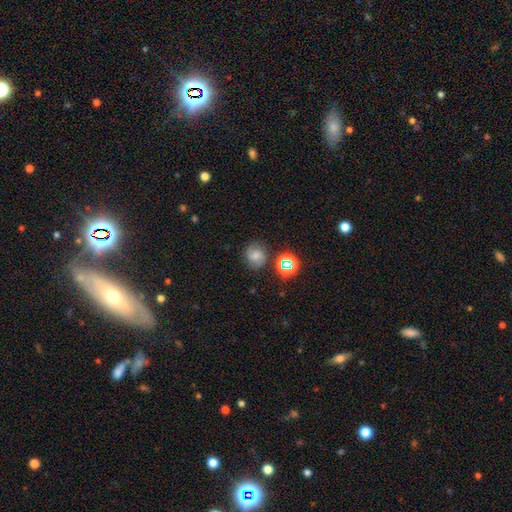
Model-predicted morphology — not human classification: Overall: smooth (44%; featured or disk 38%). Merging: none (77%).